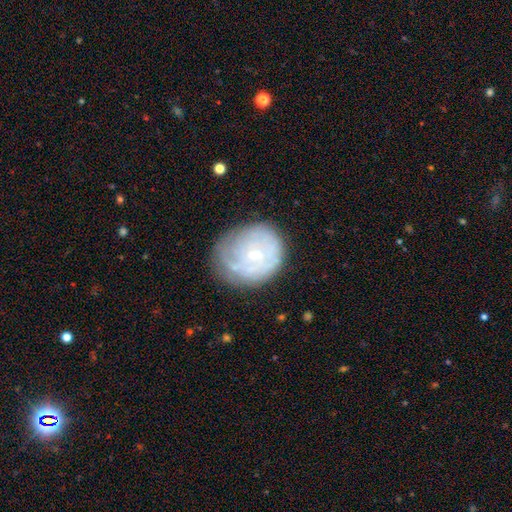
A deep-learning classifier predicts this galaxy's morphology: Smooth or featured? featured or disk (53%)
Edge-on disk? no (97%)
Bar? no (74%)
Spiral arms? yes (53%)
Bulge size? small (69%)
Merging? none (62%)